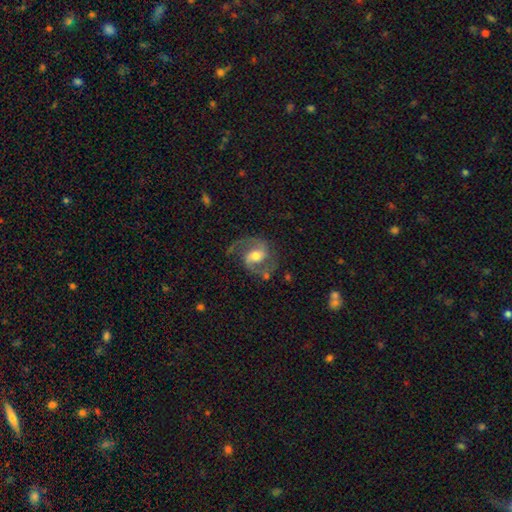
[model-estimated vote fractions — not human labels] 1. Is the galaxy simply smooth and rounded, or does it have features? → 88% featured or disk, 7% smooth, 5% star or artifact.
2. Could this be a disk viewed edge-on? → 98% no, 2% yes.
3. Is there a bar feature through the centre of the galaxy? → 48% weak, 30% no, 22% strong.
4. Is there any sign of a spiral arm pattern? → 97% yes, 3% no.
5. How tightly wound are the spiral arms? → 60% medium, 26% loose, 14% tight.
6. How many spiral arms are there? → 92% 2, 3% 1, 2% can't tell, 1% 3, 1% 4, 1% more than 4.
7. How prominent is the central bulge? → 68% moderate, 19% small, 11% large, 2% none, 1% dominant.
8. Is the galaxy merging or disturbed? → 72% none, 16% minor disturbance, 9% major disturbance, 2% merger.